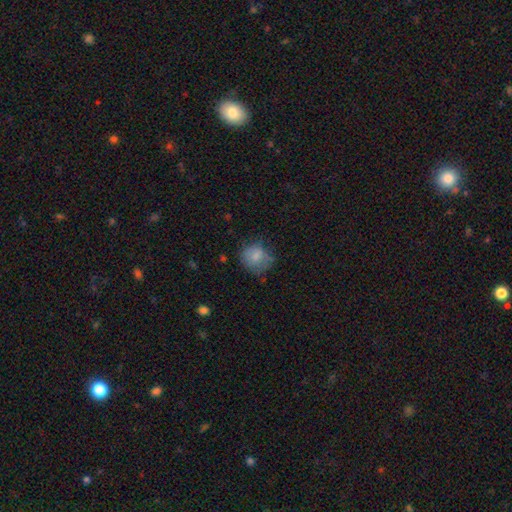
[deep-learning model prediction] This is likely a smooth galaxy (73%). How rounded: likely round (73%). Merging: possibly none (51%).